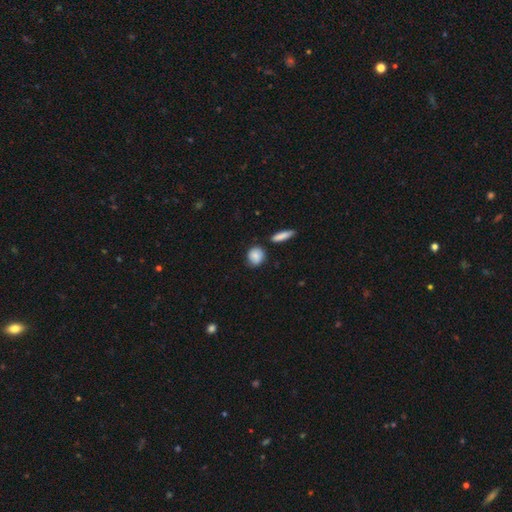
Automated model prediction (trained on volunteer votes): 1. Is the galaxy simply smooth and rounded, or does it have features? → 83% smooth, 10% featured or disk, 7% star or artifact.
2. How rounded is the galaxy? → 75% round, 22% in between, 3% cigar-shaped.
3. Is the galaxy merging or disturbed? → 79% none, 13% minor disturbance, 5% merger, 3% major disturbance.